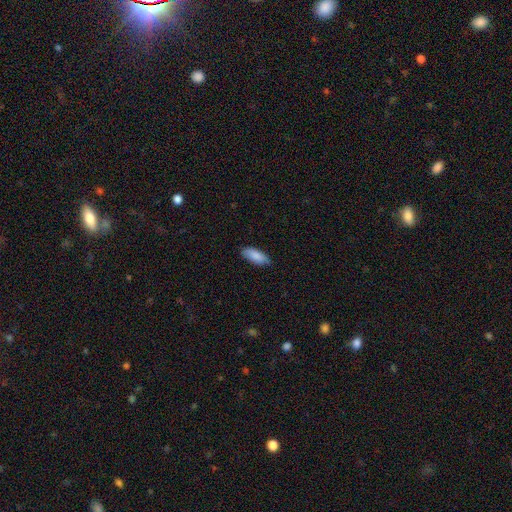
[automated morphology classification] Smooth or featured? Predicted: smooth (p=0.88). How rounded? Predicted: in between (p=0.80). Merging? Predicted: none (p=0.83).